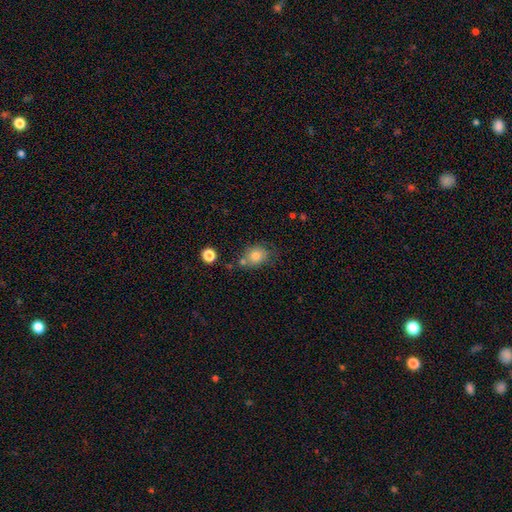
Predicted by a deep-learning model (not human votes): A smooth galaxy with no disk features (80%) that is in between round and cigar-shaped (50%).

Vote fractions:
- Smooth or featured? smooth: 80% / featured or disk: 10% / star or artifact: 10%
- How rounded? in between: 50% / round: 49% / cigar-shaped: 1%
- Merging? none: 58% / minor disturbance: 21% / merger: 15% / major disturbance: 6%